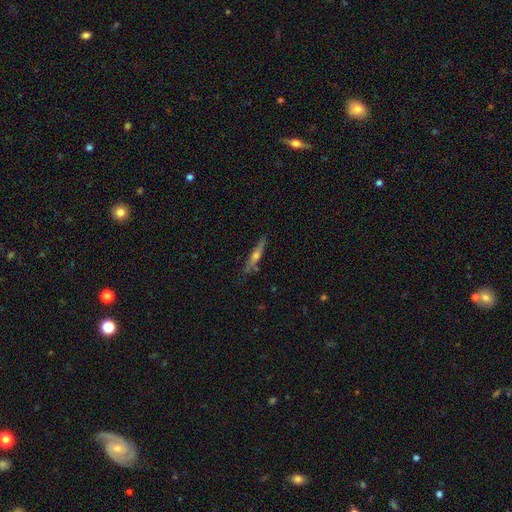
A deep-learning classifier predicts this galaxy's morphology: This appears to be a featured or disk galaxy (58%) viewed edge-on (93%) with a rounded central bulge (83%). Merging: none (79%).